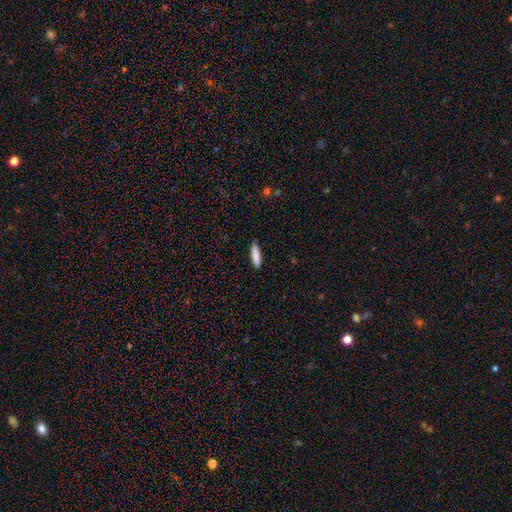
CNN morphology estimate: Smooth or featured: smooth — 86% (featured or disk — 9%)
How rounded: cigar-shaped — 77% (in between — 22%)
Merging: none — 89% (minor disturbance — 8%)